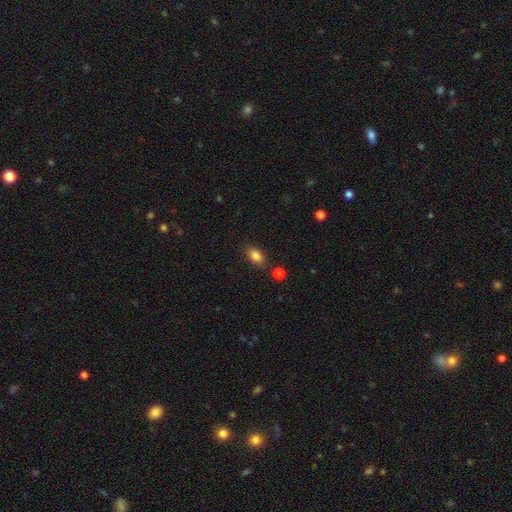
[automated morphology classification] Smooth or featured: smooth — 84% (star or artifact — 9%)
How rounded: in between — 86% (round — 11%)
Merging: none — 77% (minor disturbance — 13%)